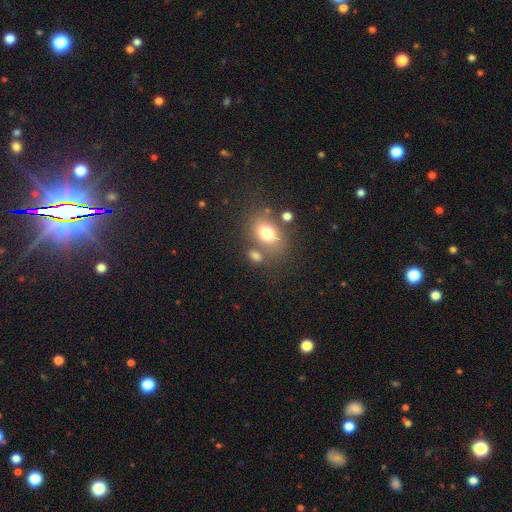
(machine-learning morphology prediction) A smooth galaxy with no disk features (75%) that is in between round and cigar-shaped (73%).

Vote fractions:
- Smooth or featured? smooth: 75% / star or artifact: 13% / featured or disk: 12%
- How rounded? in between: 73% / round: 24% / cigar-shaped: 2%
- Merging? none: 60% / merger: 20% / minor disturbance: 14% / major disturbance: 6%